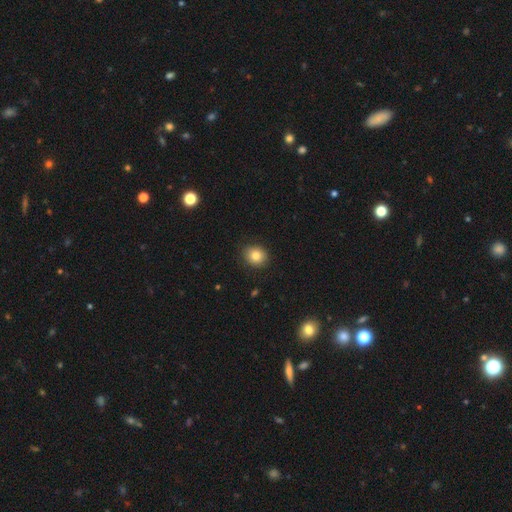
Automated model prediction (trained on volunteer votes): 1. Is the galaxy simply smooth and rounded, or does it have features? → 83% smooth, 10% star or artifact, 7% featured or disk.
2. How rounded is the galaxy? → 72% round, 27% in between, 1% cigar-shaped.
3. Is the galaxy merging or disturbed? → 89% none, 8% minor disturbance, 2% major disturbance, 1% merger.